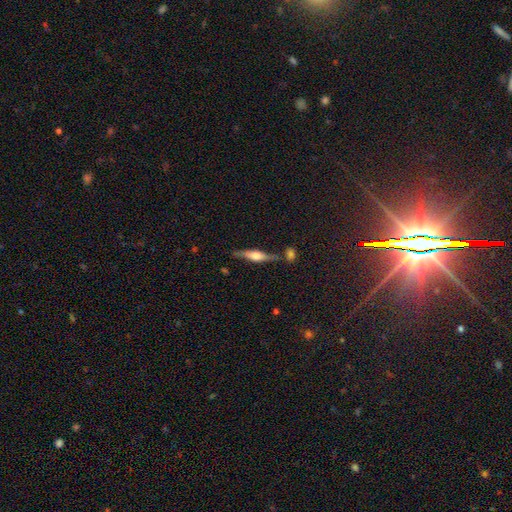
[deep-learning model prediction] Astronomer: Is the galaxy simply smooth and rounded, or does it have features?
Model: featured or disk — 63%.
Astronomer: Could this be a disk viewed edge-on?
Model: yes — 94%.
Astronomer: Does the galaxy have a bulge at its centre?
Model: rounded — 77%.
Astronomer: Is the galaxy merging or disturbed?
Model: none — 74%.